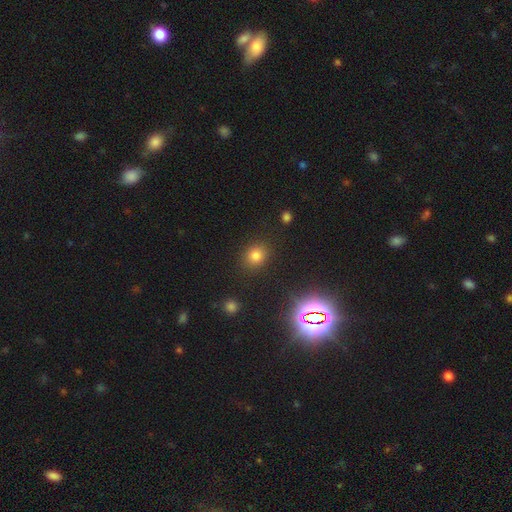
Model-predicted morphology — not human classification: Q: Smooth or featured?
A: smooth (77%); runner-up: star or artifact (17%)
Q: How rounded?
A: round (73%); runner-up: in between (26%)
Q: Merging?
A: none (87%); runner-up: minor disturbance (8%)